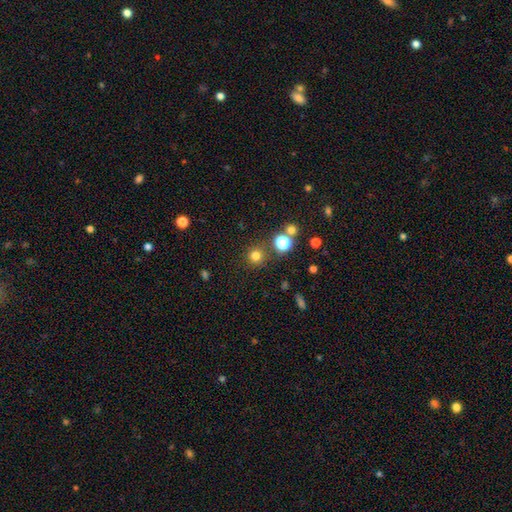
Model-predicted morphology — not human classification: This appears to be a smooth galaxy with no disk features (77%) that is round (94%). Merging: none (85%).